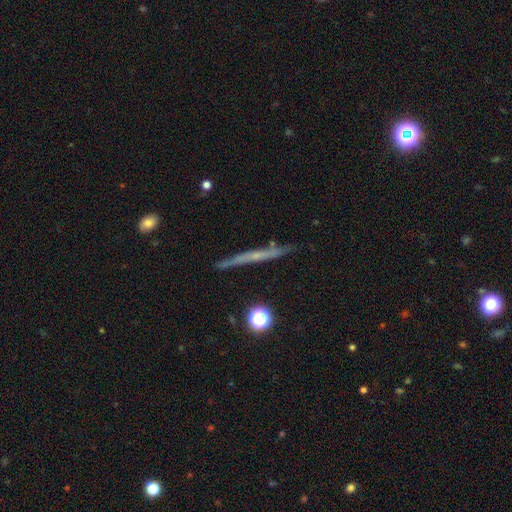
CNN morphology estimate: Smooth or featured?
  - featured or disk: 63% *
  - smooth: 28%
  - star or artifact: 9%
Edge-on disk?
  - yes: 94% *
  - no: 6%
Edge-on bulge?
  - none: 71% *
  - rounded: 23%
  - boxy: 6%
Merging?
  - none: 84% *
  - minor disturbance: 12%
  - major disturbance: 2%
  - merger: 2%